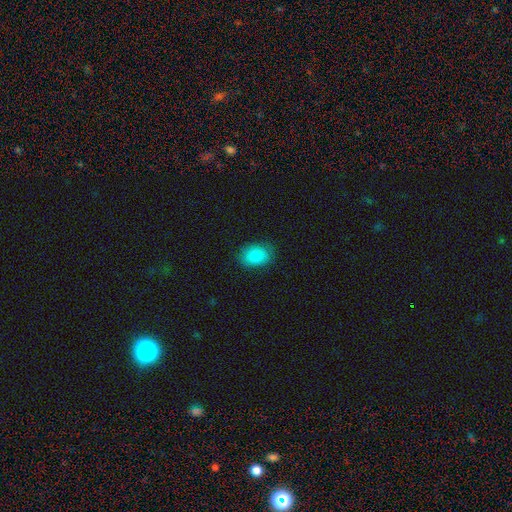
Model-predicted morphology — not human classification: Overall: smooth (87%). How rounded: in between (75%). Merging: none (82%).